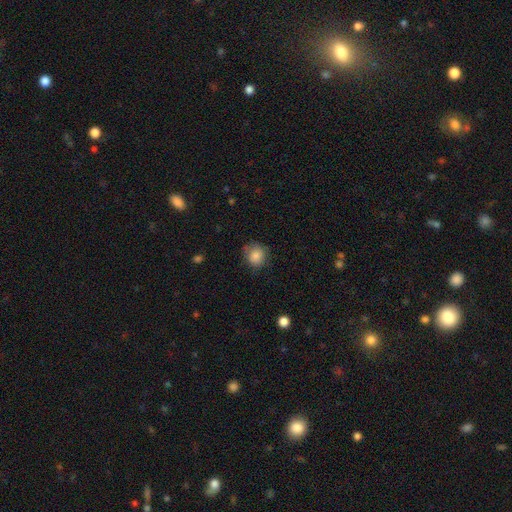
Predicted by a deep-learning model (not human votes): Smooth or featured? Predicted: smooth (p=0.84). How rounded? Predicted: round (p=0.79). Merging? Predicted: none (p=0.71).